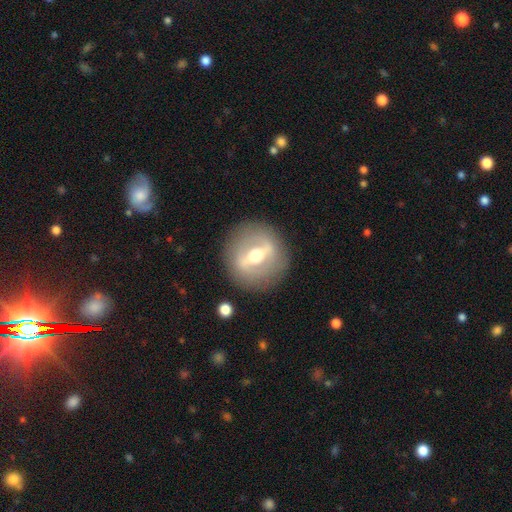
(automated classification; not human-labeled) smooth-or-featured: featured or disk: 76% | smooth: 18% | star or artifact: 6%
  disk-edge-on: no: 78% | yes: 22%
    bar: strong: 71% | weak: 22% | no: 7%
    has-spiral-arms: no: 70% | yes: 30%
    bulge-size: moderate: 73% | small: 13% | large: 12% | dominant: 1% | none: 1%
  merging: none: 85% | minor disturbance: 9% | major disturbance: 4% | merger: 1%